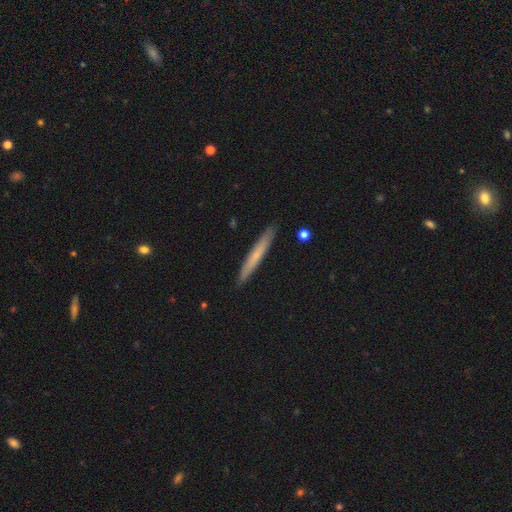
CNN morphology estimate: This appears to be a smooth galaxy with no disk features (62%) that is cigar-shaped (96%). Merging: none (91%).